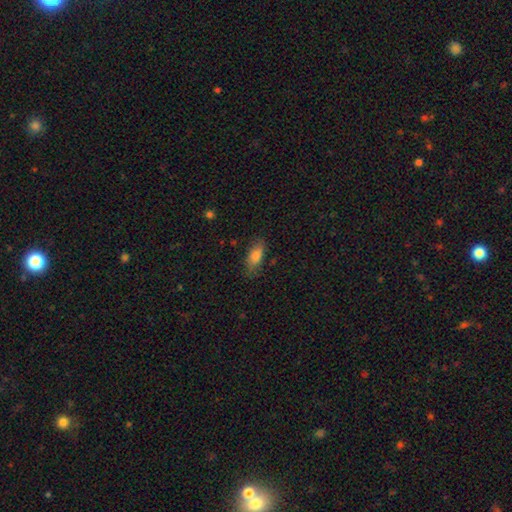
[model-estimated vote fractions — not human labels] Smooth or featured?
  - smooth: 80% *
  - featured or disk: 12%
  - star or artifact: 8%
How rounded?
  - in between: 85% *
  - cigar-shaped: 12%
  - round: 4%
Merging?
  - none: 76% *
  - minor disturbance: 18%
  - major disturbance: 4%
  - merger: 1%